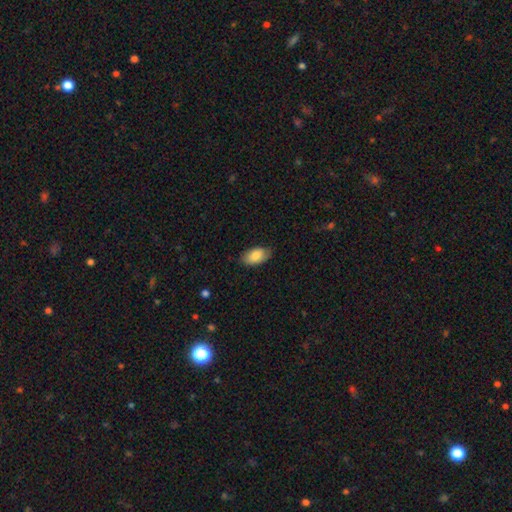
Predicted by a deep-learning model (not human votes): This is clearly a smooth galaxy (84%). How rounded: clearly in between (94%). Merging: likely none (79%).